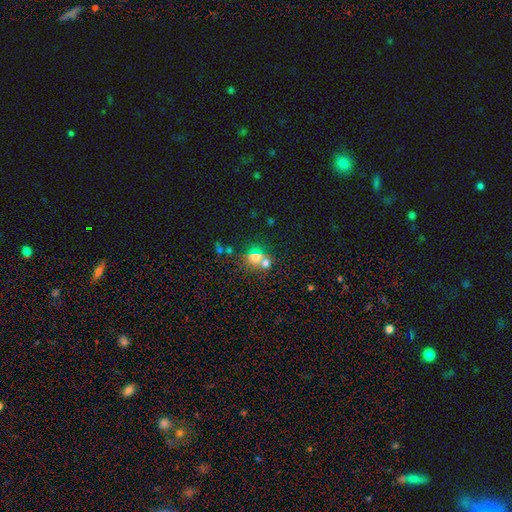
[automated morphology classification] The model was most divided on "merging": none: 48%, merger: 39%, minor disturbance: 8%, major disturbance: 5%. More confident: how rounded — round (77%); smooth or featured — smooth (61%).